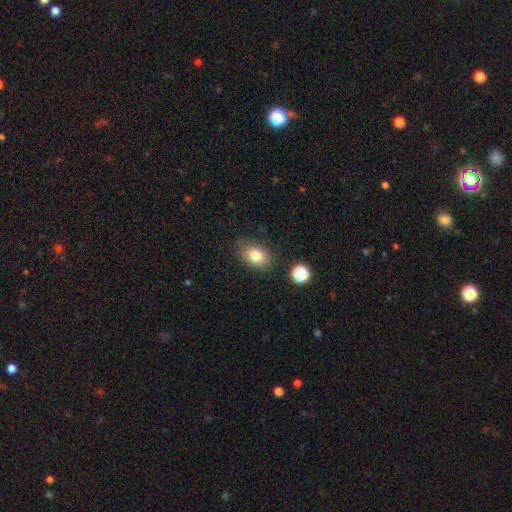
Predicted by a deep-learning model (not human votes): This is clearly a smooth galaxy (81%). How rounded: likely in between (78%). Merging: clearly none (81%).